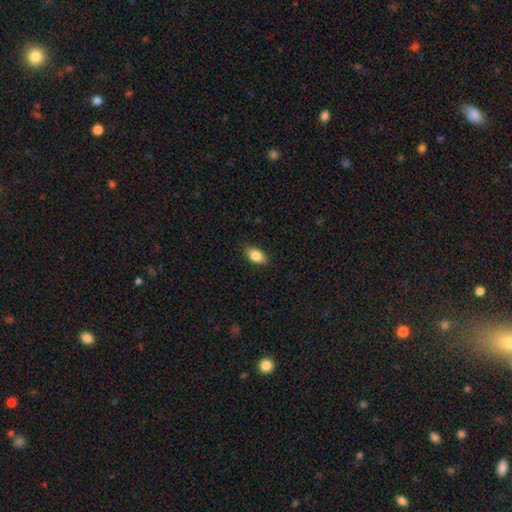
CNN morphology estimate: This is clearly a smooth galaxy (83%). How rounded: clearly in between (89%). Merging: clearly none (86%).